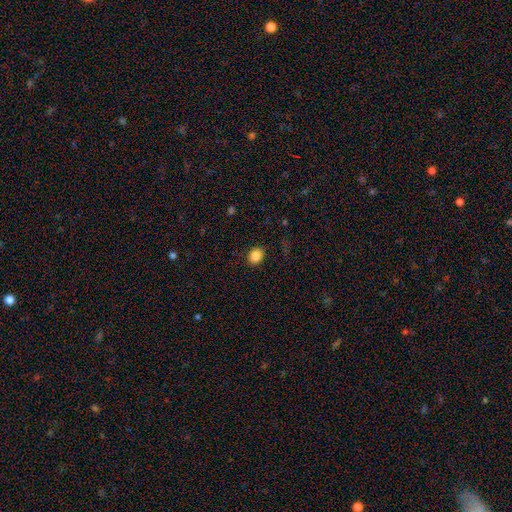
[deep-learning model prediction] The model was most divided on "how rounded": round: 55%, in between: 44%, cigar-shaped: 1%. More confident: merging — none (88%); smooth or featured — smooth (86%).